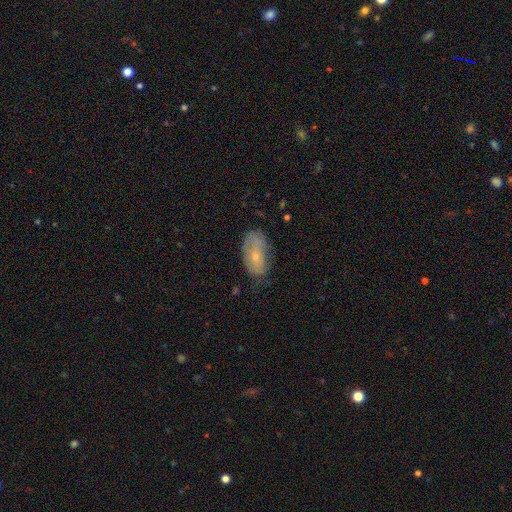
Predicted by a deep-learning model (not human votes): Smooth or featured: smooth — 55% (featured or disk — 37%)
How rounded: in between — 91% (round — 5%)
Merging: none — 56% (minor disturbance — 31%)